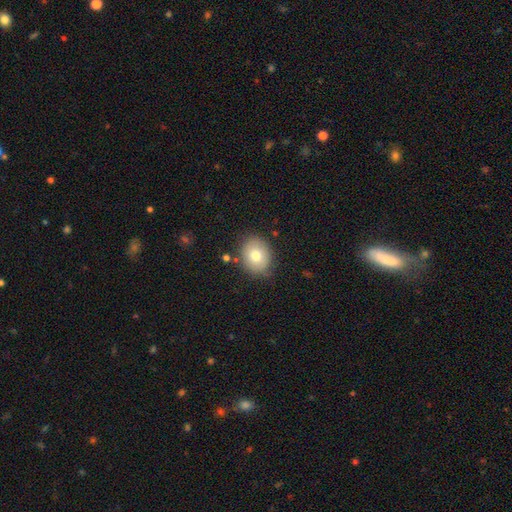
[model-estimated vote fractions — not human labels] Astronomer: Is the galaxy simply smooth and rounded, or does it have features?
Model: smooth — 76%.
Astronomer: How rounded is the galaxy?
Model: round — 56% (runner-up: in between, 43%).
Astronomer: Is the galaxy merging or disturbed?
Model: none — 81%.